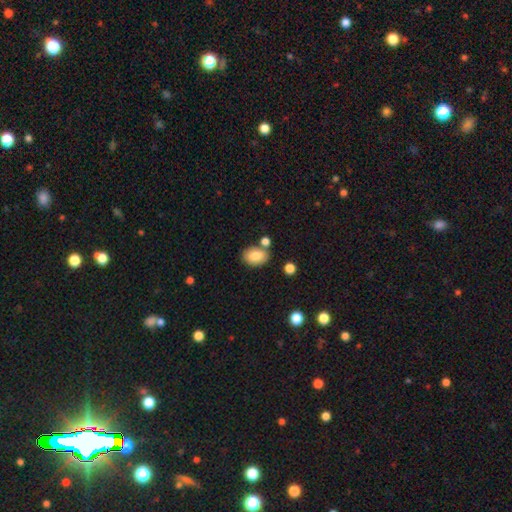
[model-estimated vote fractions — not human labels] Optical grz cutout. It shows a smooth galaxy with no disk features (83%) that is in between round and cigar-shaped (80%). Merging: none (71%).